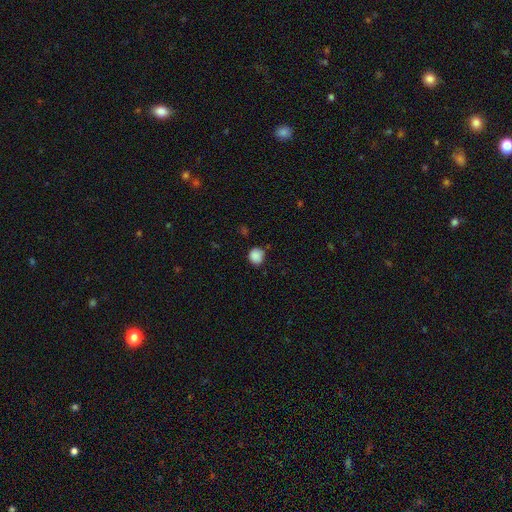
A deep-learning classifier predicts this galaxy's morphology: Smooth or featured: smooth — 87% (star or artifact — 10%)
How rounded: round — 85% (in between — 14%)
Merging: none — 79% (minor disturbance — 15%)